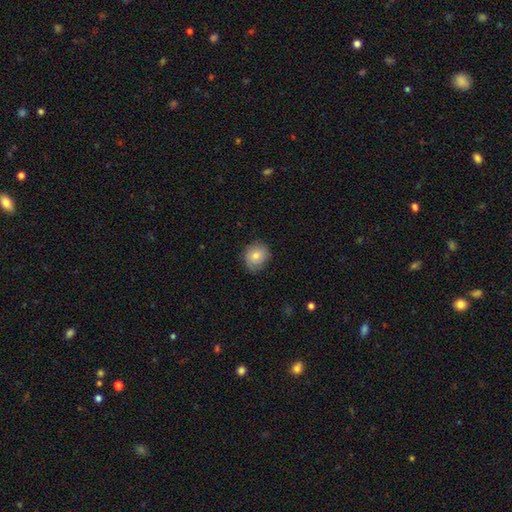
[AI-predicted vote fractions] Smooth or featured?
  - smooth: 73% *
  - featured or disk: 18%
  - star or artifact: 9%
How rounded?
  - round: 76% *
  - in between: 23%
  - cigar-shaped: 1%
Merging?
  - none: 75% *
  - minor disturbance: 20%
  - major disturbance: 4%
  - merger: 1%